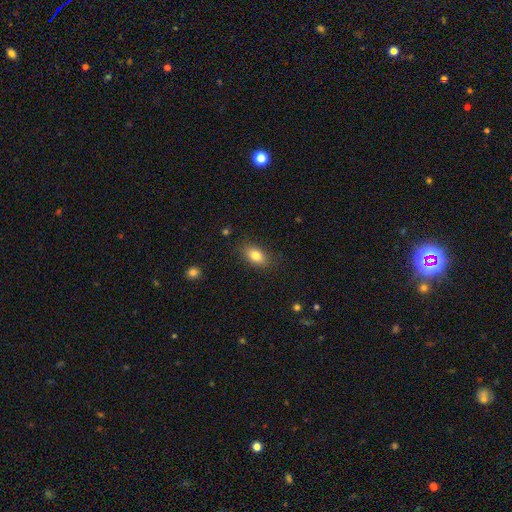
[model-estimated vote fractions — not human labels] The model was most divided on "smooth or featured": smooth: 81%, featured or disk: 10%, star or artifact: 9%. More confident: how rounded — in between (87%); merging — none (85%).